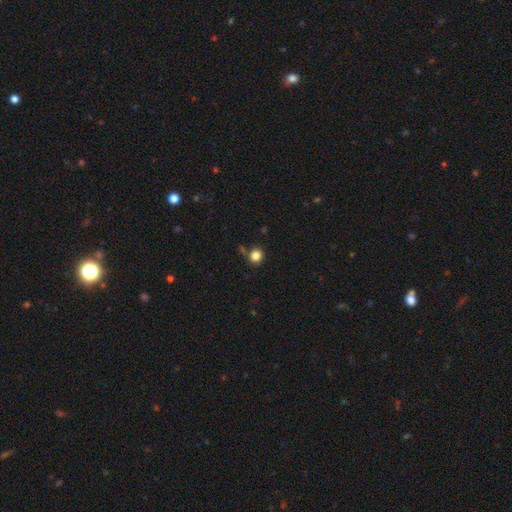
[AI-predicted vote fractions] A smooth galaxy with no disk features (83%) that is round (89%). Merging: none (79%).